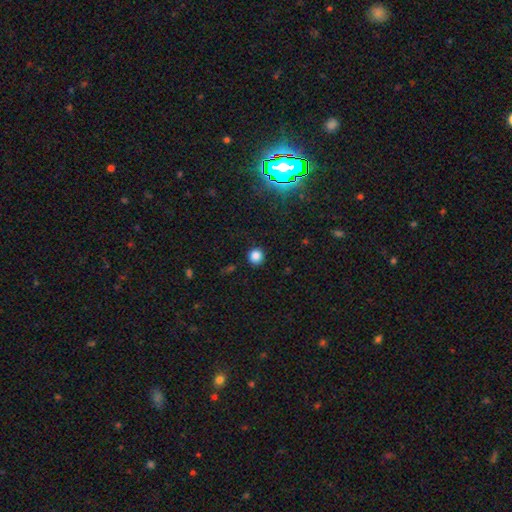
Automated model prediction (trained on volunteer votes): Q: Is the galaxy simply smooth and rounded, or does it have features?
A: smooth — 83%.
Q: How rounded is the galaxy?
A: round — 93%.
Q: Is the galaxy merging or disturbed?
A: none — 90%.